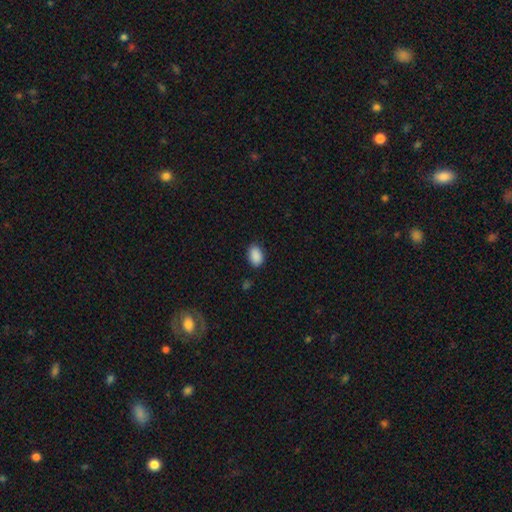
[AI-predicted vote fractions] smooth 90%, star or artifact 8%, featured or disk 3%. Down the decision tree: how rounded — in between (85%); merging — none (85%).